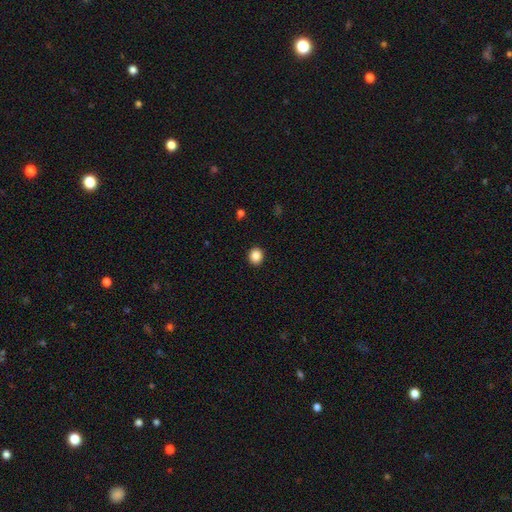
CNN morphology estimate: Smooth or featured: smooth — 87% (star or artifact — 10%)
How rounded: round — 78% (in between — 21%)
Merging: none — 92% (minor disturbance — 5%)